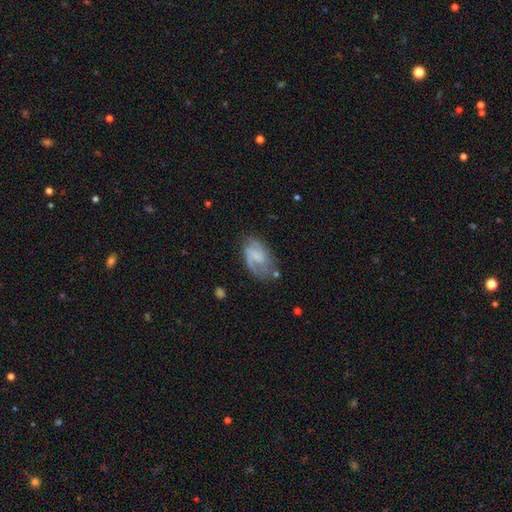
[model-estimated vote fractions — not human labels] smooth-or-featured: featured or disk: 65% | smooth: 27% | star or artifact: 8%
  disk-edge-on: no: 97% | yes: 3%
    bar: no: 46% | weak: 43% | strong: 12%
    has-spiral-arms: yes: 85% | no: 15%
      spiral-winding: medium: 43% | loose: 30% | tight: 27%
      spiral-arm-count: 2: 54% | 1: 19% | can't tell: 17% | 3: 6% | 4: 2% | more than 4: 2%
    bulge-size: none: 57% | small: 23% | moderate: 14% | large: 5% | dominant: 1%
  merging: none: 56% | minor disturbance: 24% | major disturbance: 16% | merger: 4%